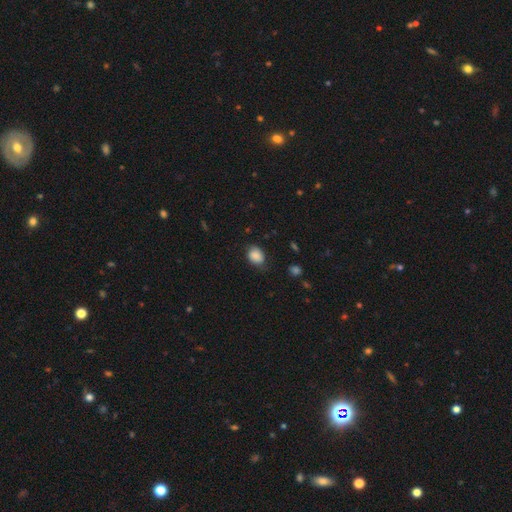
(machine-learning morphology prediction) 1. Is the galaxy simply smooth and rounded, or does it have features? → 81% smooth, 11% featured or disk, 8% star or artifact.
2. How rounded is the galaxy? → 68% in between, 31% round, 1% cigar-shaped.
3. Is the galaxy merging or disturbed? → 65% none, 26% minor disturbance, 7% major disturbance, 1% merger.